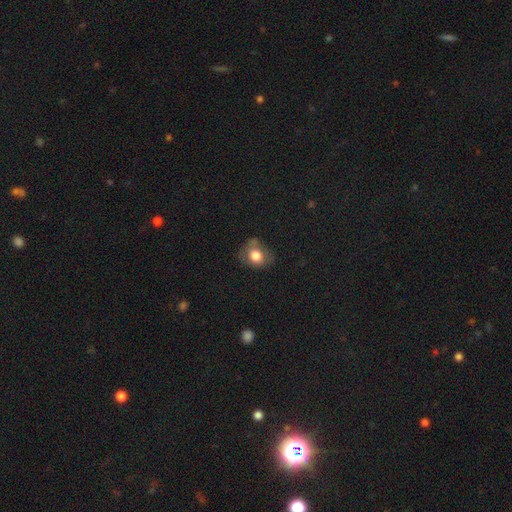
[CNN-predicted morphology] This is likely a smooth galaxy (72%). How rounded: possibly round (56%). Merging: possibly none (54%).